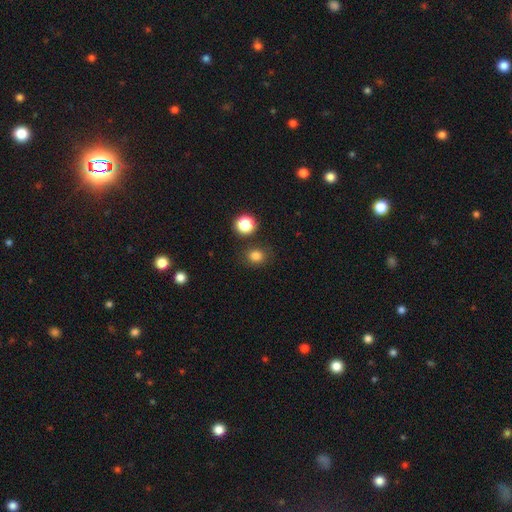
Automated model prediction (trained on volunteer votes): The model was most divided on "how rounded": round: 68%, in between: 31%, cigar-shaped: 1%. More confident: merging — none (82%); smooth or featured — smooth (81%).